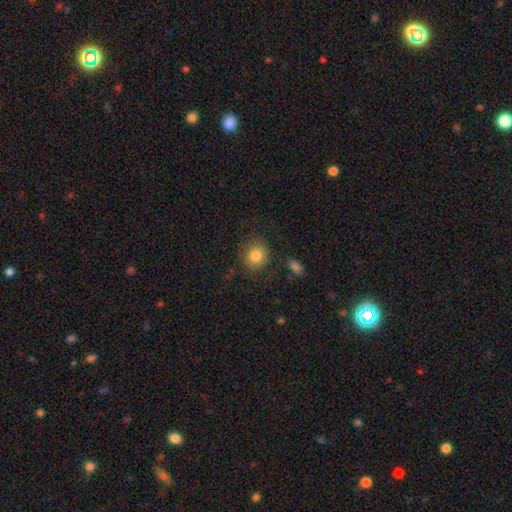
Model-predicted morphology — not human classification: smooth-or-featured: smooth: 83% | star or artifact: 10% | featured or disk: 8%
  how-rounded: round: 79% | in between: 20% | cigar-shaped: 1%
  merging: none: 82% | minor disturbance: 12% | major disturbance: 4% | merger: 2%